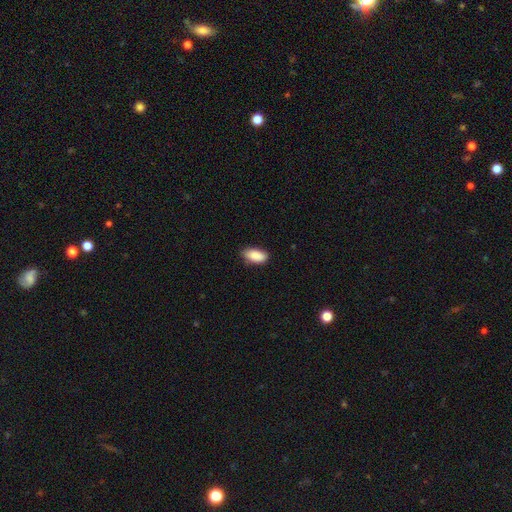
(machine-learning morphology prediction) Smooth or featured: smooth — 89% (star or artifact — 7%)
How rounded: in between — 92% (cigar-shaped — 5%)
Merging: none — 77% (minor disturbance — 19%)